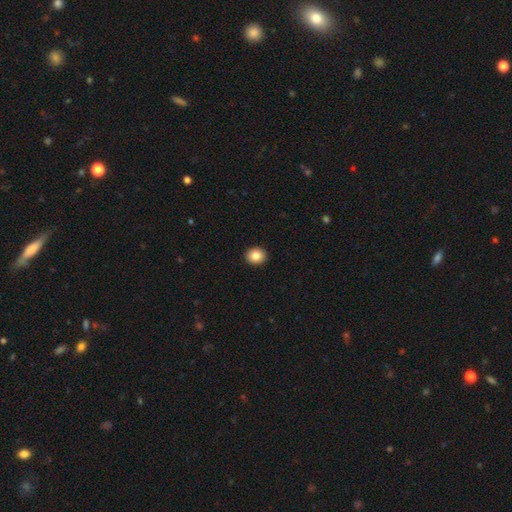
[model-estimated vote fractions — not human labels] smooth_or_featured: smooth (p=0.84) [alt: star or artifact p=0.09]
how_rounded: round (p=0.72) [alt: in between p=0.27]
merging: none (p=0.93) [alt: minor disturbance p=0.05]